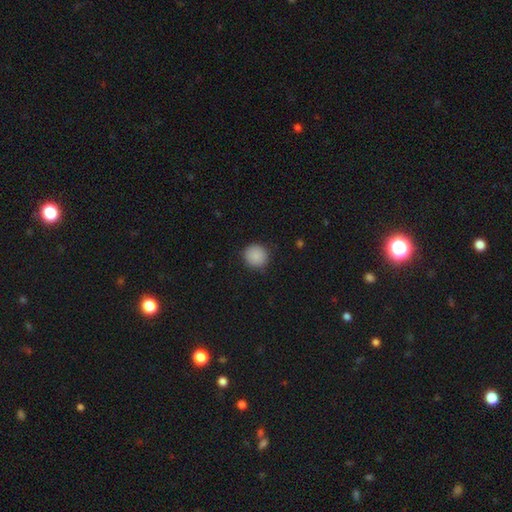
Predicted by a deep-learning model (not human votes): The model was most divided on "smooth or featured": smooth: 88%, star or artifact: 9%, featured or disk: 3%. More confident: how rounded — round (91%); merging — none (89%).